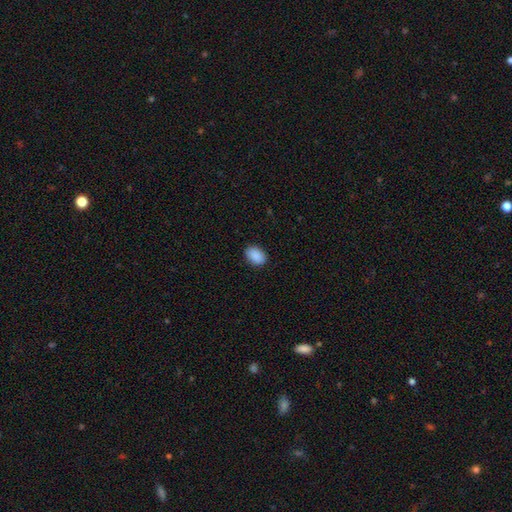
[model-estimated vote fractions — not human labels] Smooth or featured? Predicted: smooth (p=0.90). How rounded? Predicted: in between (p=0.84). Merging? Predicted: none (p=0.88).